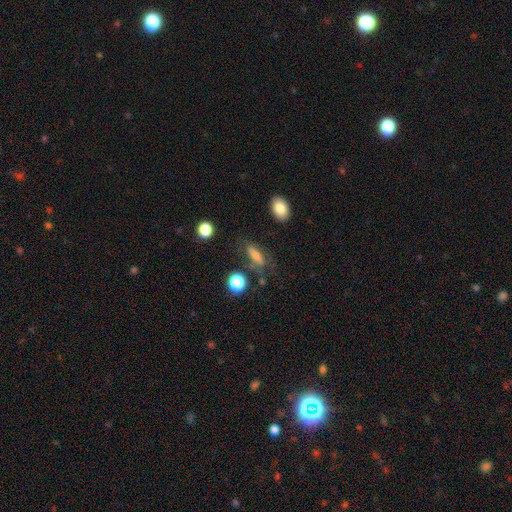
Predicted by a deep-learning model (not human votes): Q: Smooth or featured?
A: smooth (59%); runner-up: featured or disk (27%)
Q: How rounded?
A: in between (51%); runner-up: cigar-shaped (40%)
Q: Merging?
A: none (62%); runner-up: minor disturbance (21%)